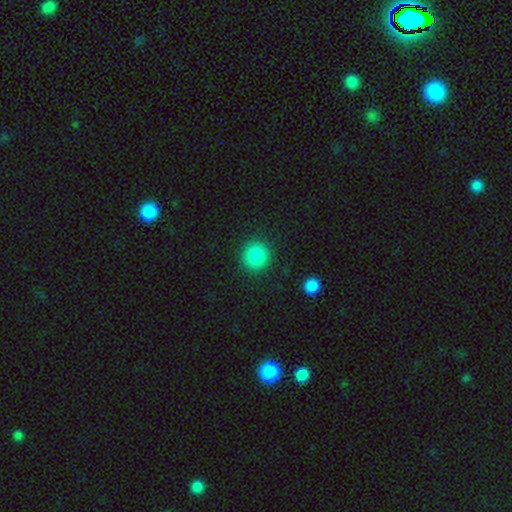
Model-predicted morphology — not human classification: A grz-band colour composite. It shows a smooth galaxy with no disk features (86%) that is round (93%). Merging: none (90%).